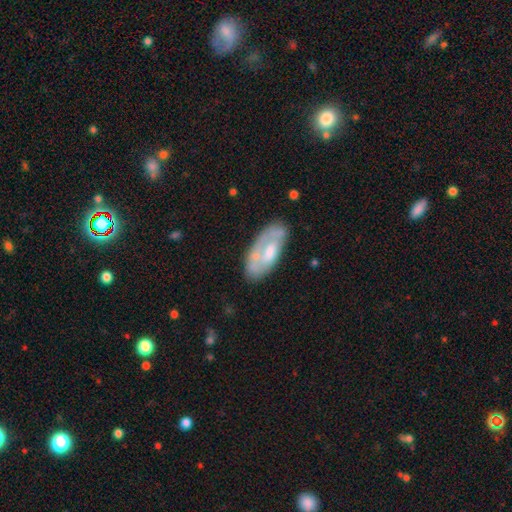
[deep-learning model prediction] The model was most divided on "smooth or featured": featured or disk: 49%, smooth: 45%, star or artifact: 6%. More confident: merging — none (59%).